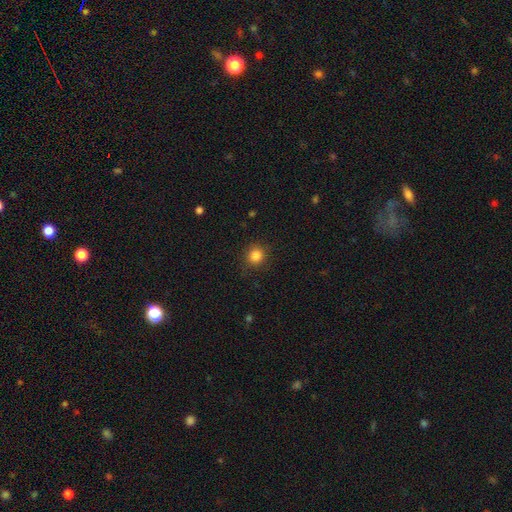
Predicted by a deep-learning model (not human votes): This is clearly a smooth galaxy (85%). How rounded: clearly round (91%). Merging: clearly none (86%).